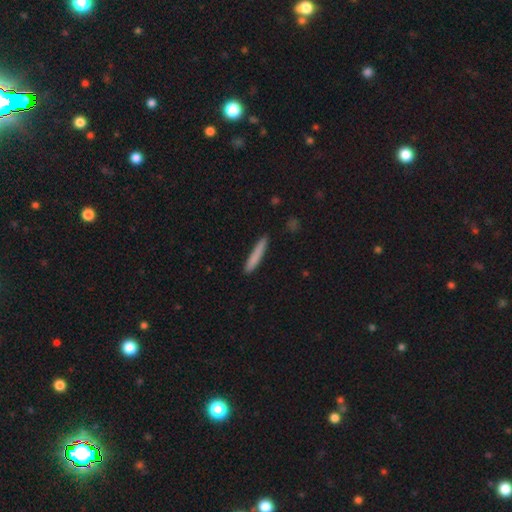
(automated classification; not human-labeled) smooth-or-featured: smooth: 81% | featured or disk: 13% | star or artifact: 6%
  how-rounded: cigar-shaped: 95% | in between: 4% | round: 1%
  merging: none: 89% | minor disturbance: 9% | major disturbance: 2% | merger: 1%